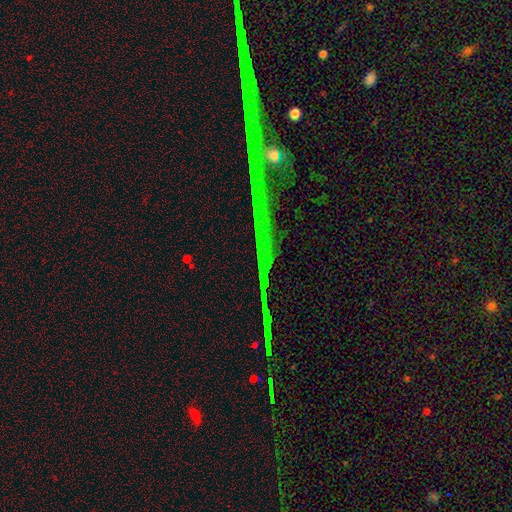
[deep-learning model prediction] A star or artifact, not a galaxy (81%).

Vote fractions:
- Smooth or featured? star or artifact: 81% / featured or disk: 11% / smooth: 8%